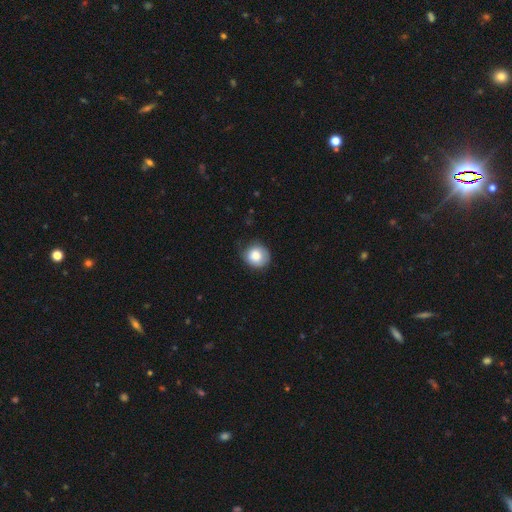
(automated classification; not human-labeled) smooth-or-featured: smooth: 82% | featured or disk: 9% | star or artifact: 8%
  how-rounded: round: 83% | in between: 16% | cigar-shaped: 1%
  merging: none: 70% | minor disturbance: 23% | major disturbance: 5% | merger: 1%